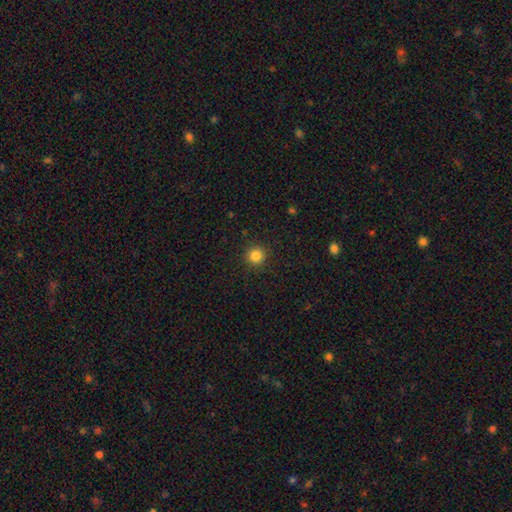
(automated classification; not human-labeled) Smooth or featured? Predicted: smooth (p=0.84). How rounded? Predicted: round (p=0.95). Merging? Predicted: none (p=0.91).